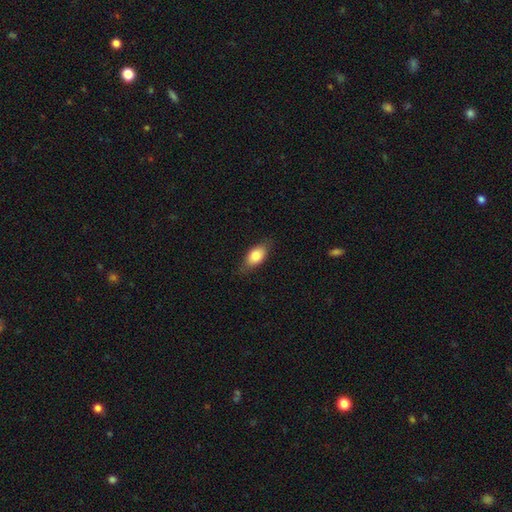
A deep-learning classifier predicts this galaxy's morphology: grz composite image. It shows a smooth galaxy with no disk features (80%) that is in between round and cigar-shaped (88%). Merging: none (78%).